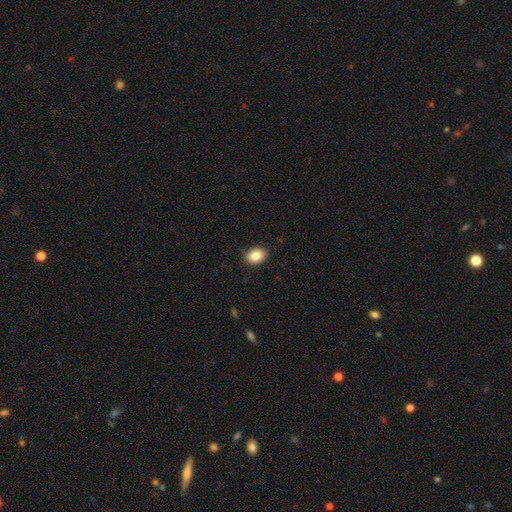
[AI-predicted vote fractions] Q: Smooth or featured?
A: smooth (85%); runner-up: star or artifact (8%)
Q: How rounded?
A: in between (76%); runner-up: round (23%)
Q: Merging?
A: none (90%); runner-up: minor disturbance (8%)